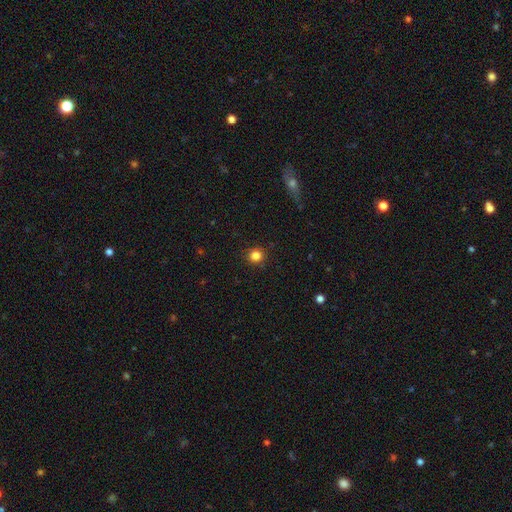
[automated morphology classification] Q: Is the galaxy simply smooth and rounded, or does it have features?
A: smooth — 84%.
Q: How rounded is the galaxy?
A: round — 90%.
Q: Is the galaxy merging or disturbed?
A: none — 90%.